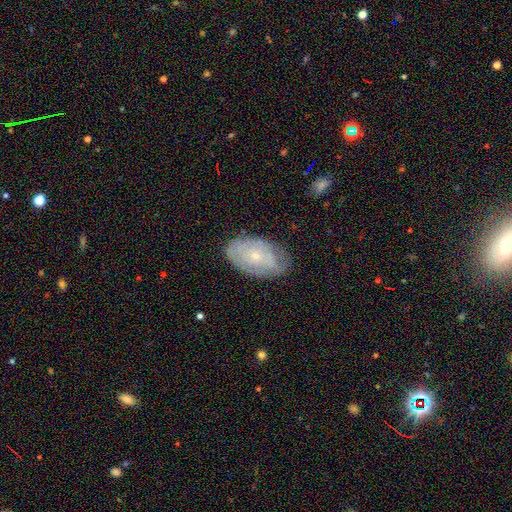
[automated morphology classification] Smooth or featured: featured or disk — 61% (smooth — 32%)
Edge-on disk: no — 94% (yes — 6%)
Bar: no — 85% (weak — 12%)
Spiral arms: yes — 65% (no — 35%)
Bulge size: small — 77% (moderate — 19%)
Merging: none — 73% (minor disturbance — 20%)